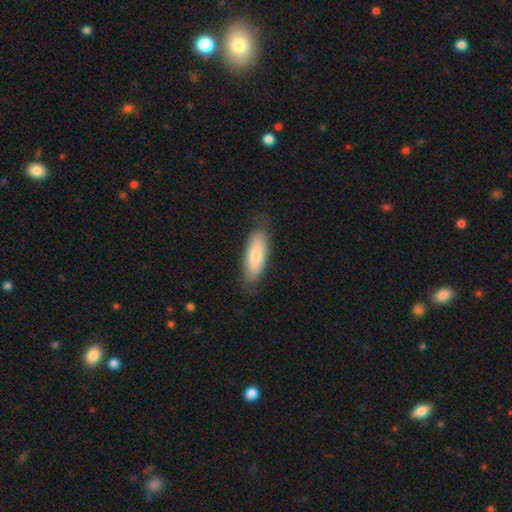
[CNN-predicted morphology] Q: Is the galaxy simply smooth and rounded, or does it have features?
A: smooth — 77%.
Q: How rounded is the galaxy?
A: in between — 68%.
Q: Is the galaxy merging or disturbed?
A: none — 78%.